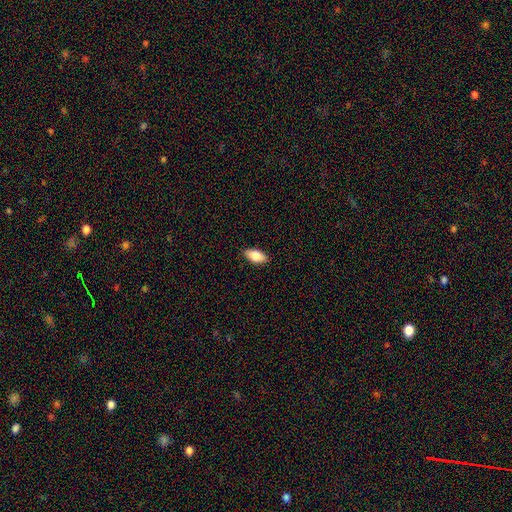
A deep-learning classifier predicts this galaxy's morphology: Smooth or featured? smooth (81%)
How rounded? in between (90%)
Merging? none (89%)